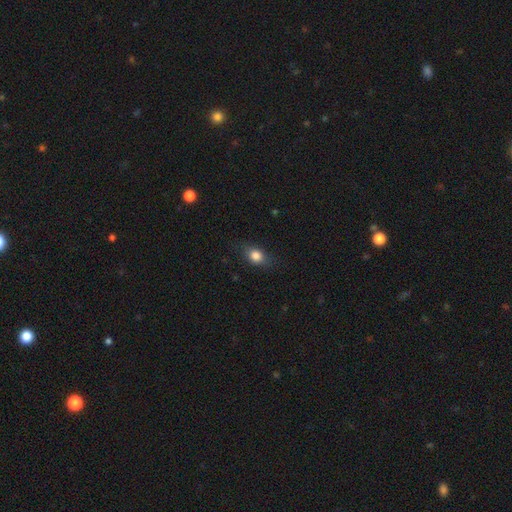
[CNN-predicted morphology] This appears to be a smooth galaxy with no disk features (81%) that is in between round and cigar-shaped (58%). Merging: none (77%).